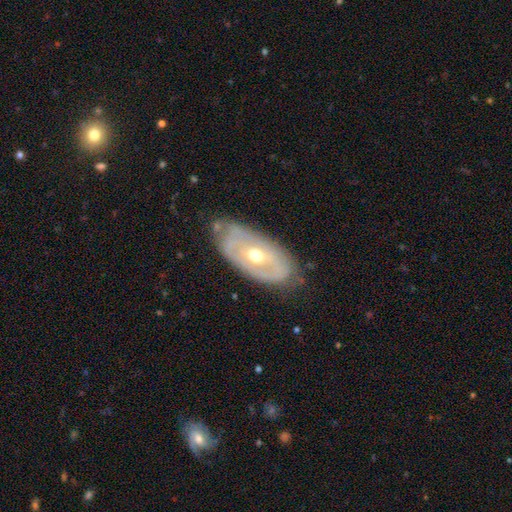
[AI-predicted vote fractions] A featured or disk galaxy (68%) with no bar (78%), no spiral arms (57%) and a moderate central bulge (72%). Merging: none (69%).